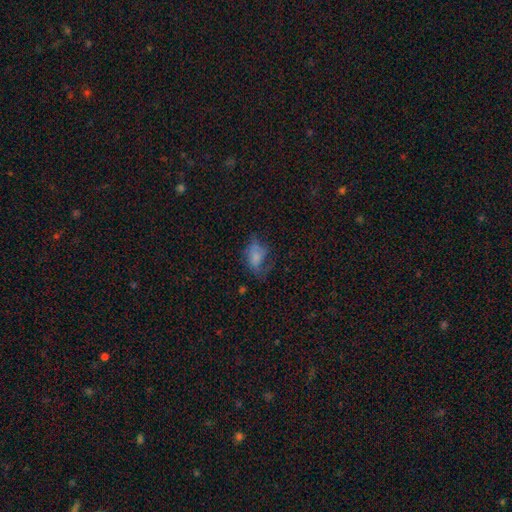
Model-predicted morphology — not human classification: smooth-or-featured: smooth: 57% | featured or disk: 30% | star or artifact: 13%
  how-rounded: in between: 84% | round: 14% | cigar-shaped: 3%
  merging: major disturbance: 36% | none: 35% | minor disturbance: 26% | merger: 3%